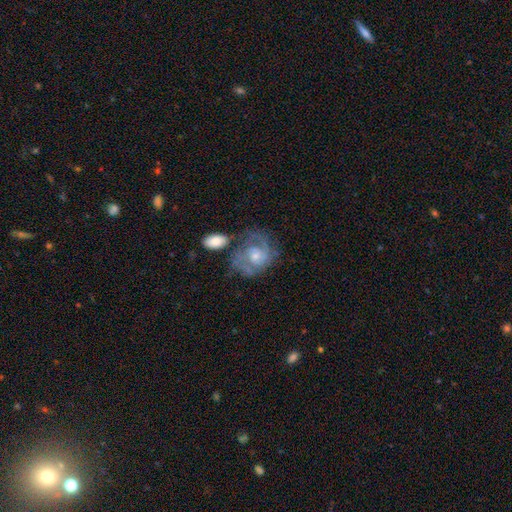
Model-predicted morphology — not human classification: smooth-or-featured: featured or disk: 77% | smooth: 16% | star or artifact: 7%
  disk-edge-on: no: 97% | yes: 3%
    bar: no: 70% | weak: 26% | strong: 4%
    has-spiral-arms: yes: 89% | no: 11%
      spiral-winding: tight: 45% | medium: 41% | loose: 14%
      spiral-arm-count: 2: 50% | can't tell: 27% | 3: 11% | 1: 6% | 4: 3% | more than 4: 3%
    bulge-size: small: 46% | moderate: 45% | large: 4% | none: 3% | dominant: 1%
  merging: none: 52% | minor disturbance: 20% | major disturbance: 15% | merger: 13%